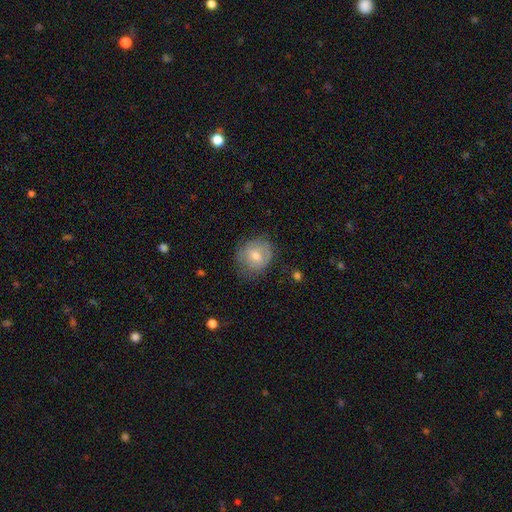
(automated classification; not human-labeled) Smooth or featured: smooth — 57% (featured or disk — 34%)
How rounded: round — 75% (in between — 24%)
Merging: none — 67% (minor disturbance — 24%)